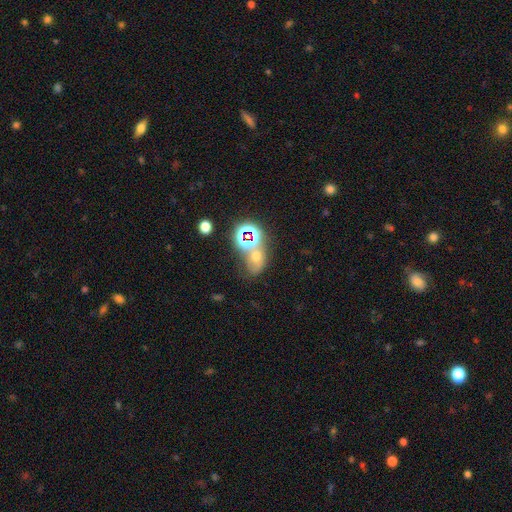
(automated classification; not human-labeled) Smooth or featured?
  - star or artifact: 43% *
  - smooth: 37%
  - featured or disk: 20%